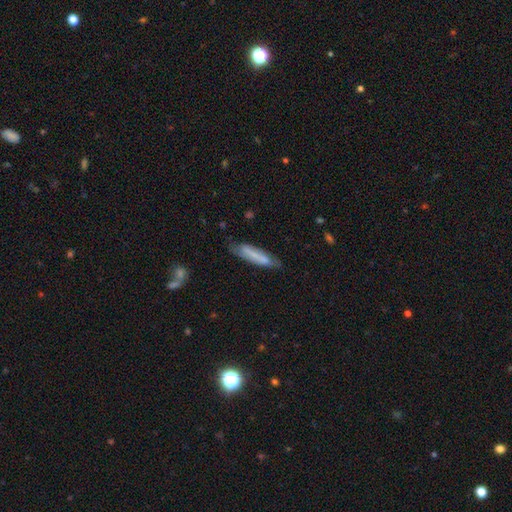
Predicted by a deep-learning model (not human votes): smooth 62%, featured or disk 31%, star or artifact 7%. Down the decision tree: how rounded — cigar-shaped (80%); merging — none (66%).